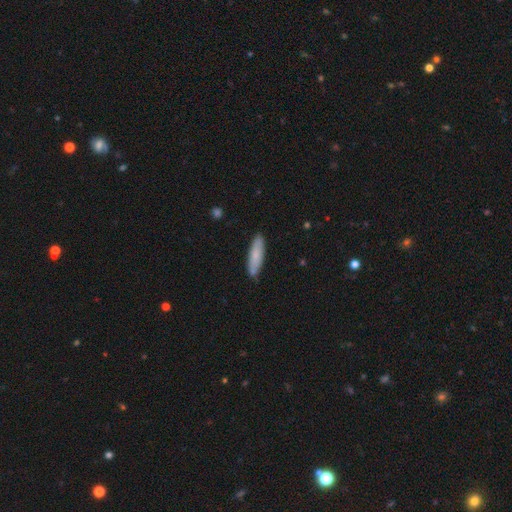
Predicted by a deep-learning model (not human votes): A smooth galaxy with no disk features (79%) that is cigar-shaped (67%).

Vote fractions:
- Smooth or featured? smooth: 79% / featured or disk: 16% / star or artifact: 6%
- How rounded? cigar-shaped: 67% / in between: 31% / round: 1%
- Merging? none: 82% / minor disturbance: 13% / merger: 2% / major disturbance: 2%